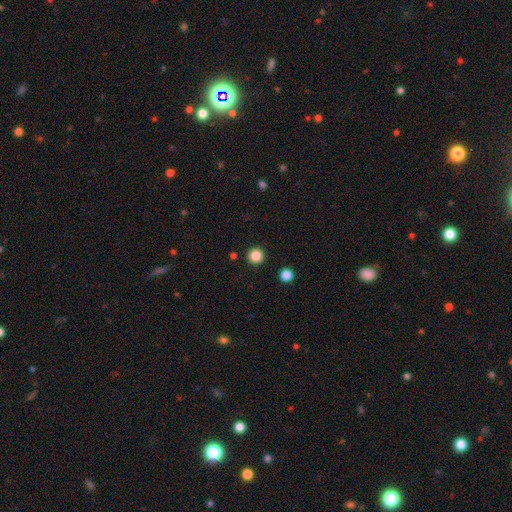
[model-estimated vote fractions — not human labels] Morphology: type=smooth (85%); roundness=round (96%); merging=none (93%).